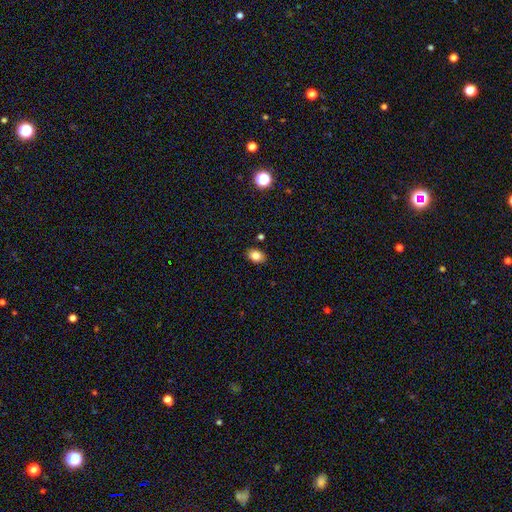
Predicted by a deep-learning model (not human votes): This is clearly a smooth galaxy (82%). How rounded: likely in between (76%). Merging: clearly none (87%).